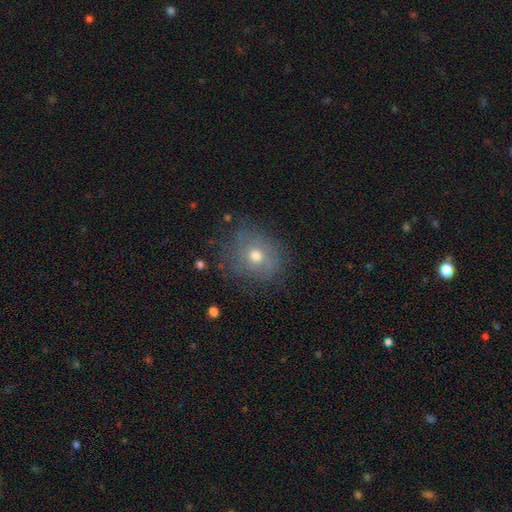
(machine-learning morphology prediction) Overall: smooth (56%; featured or disk 24%). How rounded: round (74%). Merging: none (73%).